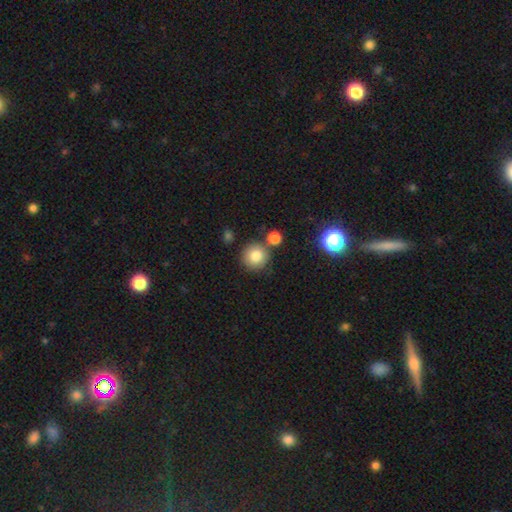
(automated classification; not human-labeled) Smooth or featured?
  - smooth: 81% *
  - star or artifact: 11%
  - featured or disk: 8%
How rounded?
  - round: 93% *
  - in between: 6%
  - cigar-shaped: 1%
Merging?
  - none: 75% *
  - merger: 13%
  - minor disturbance: 9%
  - major disturbance: 3%